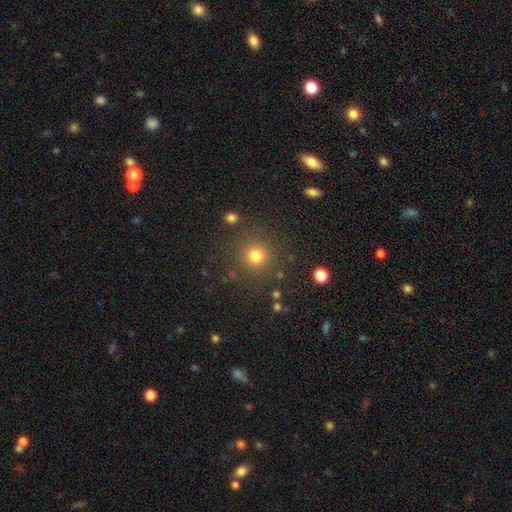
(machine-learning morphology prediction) Smooth or featured: smooth — 78% (star or artifact — 16%)
How rounded: round — 93% (in between — 6%)
Merging: none — 85% (minor disturbance — 8%)